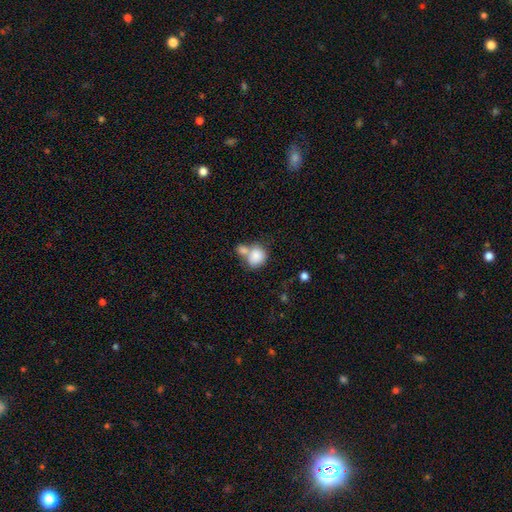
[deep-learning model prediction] smooth_or_featured: smooth (p=0.82) [alt: featured or disk p=0.10]
how_rounded: round (p=0.66) [alt: in between p=0.33]
merging: merger (p=0.55) [alt: none p=0.30]